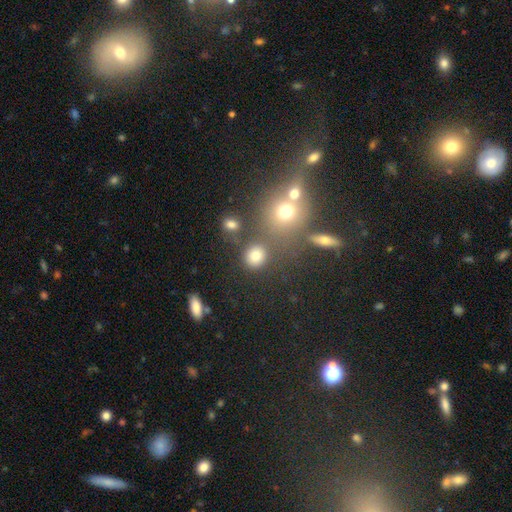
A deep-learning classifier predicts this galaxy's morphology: This is likely a smooth galaxy (77%). How rounded: likely round (80%). Merging: likely none (72%).